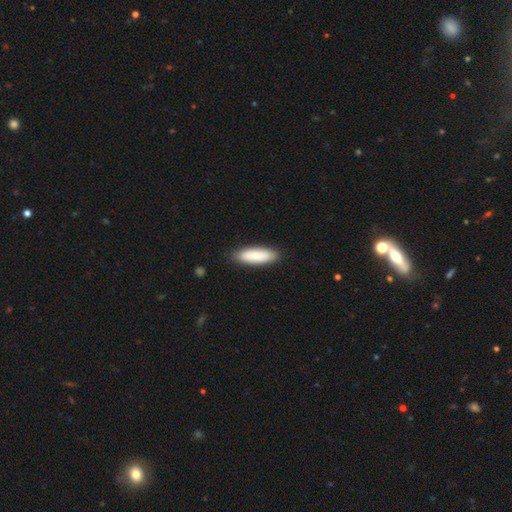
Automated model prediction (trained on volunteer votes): Smooth or featured? Predicted: smooth (p=0.86). How rounded? Predicted: in between (p=0.54). Merging? Predicted: none (p=0.88).